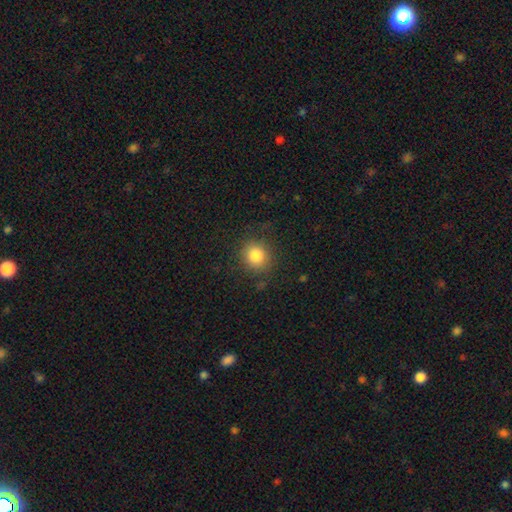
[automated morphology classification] Smooth or featured?
  - smooth: 83% *
  - star or artifact: 11%
  - featured or disk: 7%
How rounded?
  - round: 86% *
  - in between: 13%
  - cigar-shaped: 1%
Merging?
  - none: 84% *
  - minor disturbance: 11%
  - major disturbance: 4%
  - merger: 1%